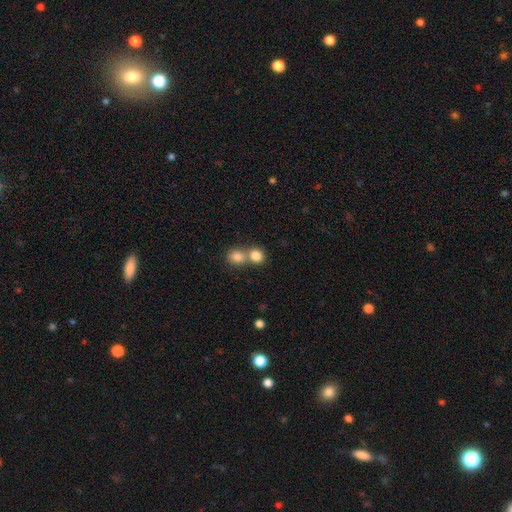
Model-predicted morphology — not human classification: This is clearly a smooth galaxy (82%). How rounded: likely round (80%). Merging: possibly merger (52%).